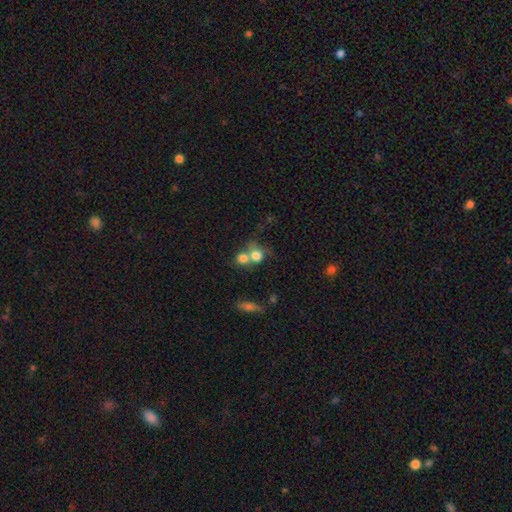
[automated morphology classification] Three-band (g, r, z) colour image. It shows a smooth galaxy with no disk features (75%) that is round (75%). Merging: merger (58%).